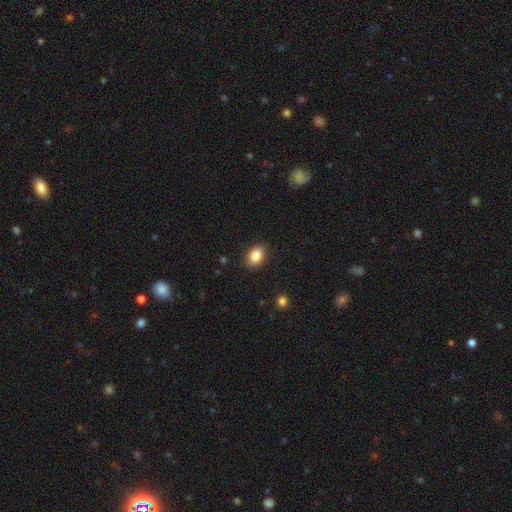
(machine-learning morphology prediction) Overall: smooth (86%). How rounded: in between (77%). Merging: none (89%).